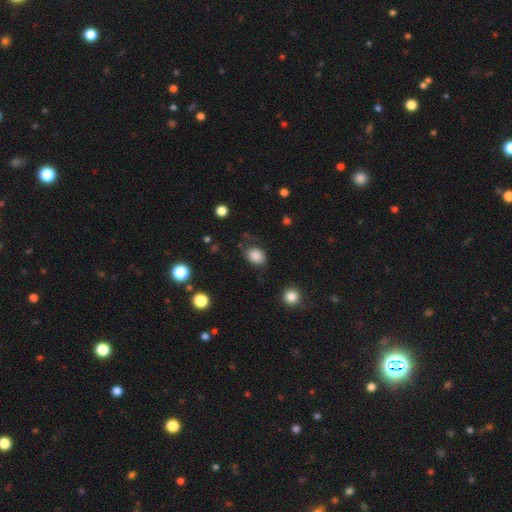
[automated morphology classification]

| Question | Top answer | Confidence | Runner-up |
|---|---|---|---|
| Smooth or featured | smooth | 84% | star or artifact (9%) |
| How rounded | in between | 57% | round (42%) |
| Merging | none | 65% | minor disturbance (22%) |